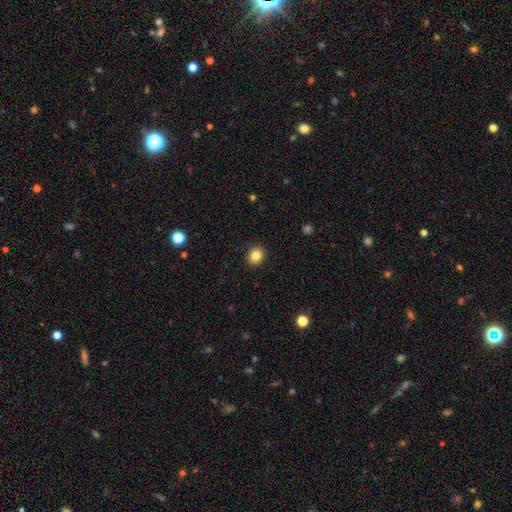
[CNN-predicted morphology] smooth 83%, star or artifact 11%, featured or disk 6%. Down the decision tree: how rounded — round (75%); merging — none (90%).